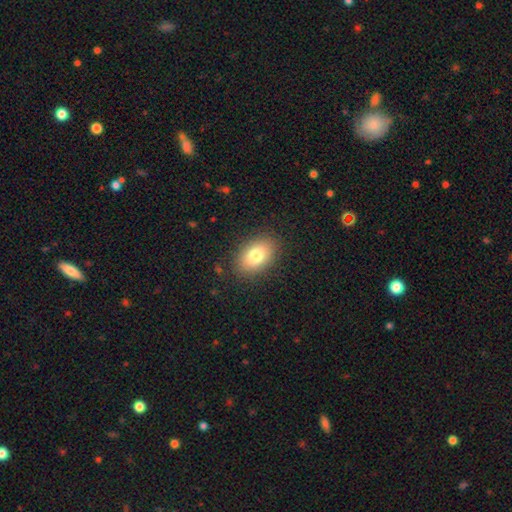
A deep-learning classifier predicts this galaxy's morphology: A smooth galaxy with no disk features (79%) that is in between round and cigar-shaped (85%).

Vote fractions:
- Smooth or featured? smooth: 79% / featured or disk: 12% / star or artifact: 9%
- How rounded? in between: 85% / round: 14% / cigar-shaped: 1%
- Merging? none: 86% / minor disturbance: 10% / major disturbance: 3% / merger: 1%